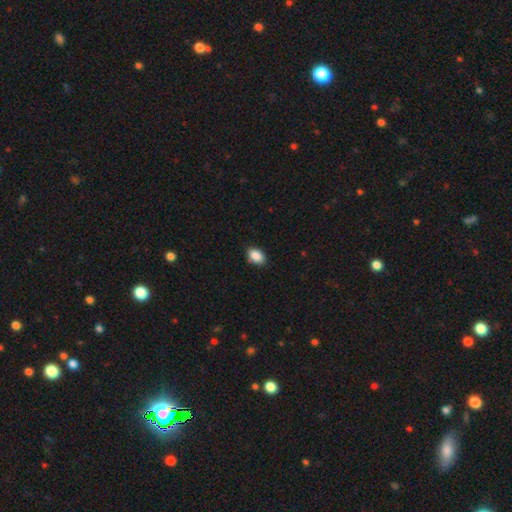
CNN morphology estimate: The model was most divided on "merging": none: 86%, minor disturbance: 11%, major disturbance: 2%, merger: 1%. More confident: smooth or featured — smooth (89%); how rounded — in between (88%).